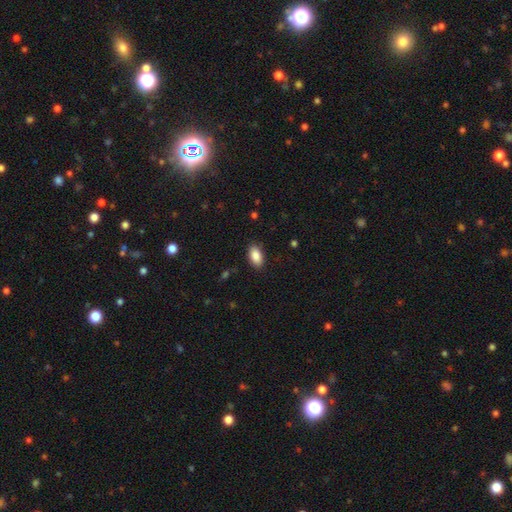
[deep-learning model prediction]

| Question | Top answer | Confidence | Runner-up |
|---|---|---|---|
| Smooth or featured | smooth | 88% | star or artifact (7%) |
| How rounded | in between | 94% | round (4%) |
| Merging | none | 88% | minor disturbance (9%) |